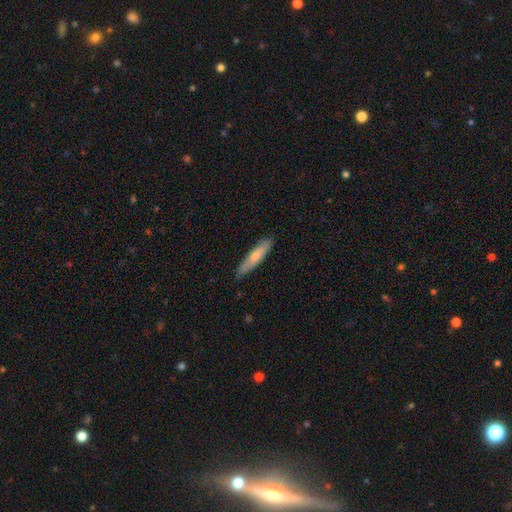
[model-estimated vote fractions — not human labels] Overall: smooth (65%; featured or disk 30%). How rounded: cigar-shaped (85%). Merging: none (86%).